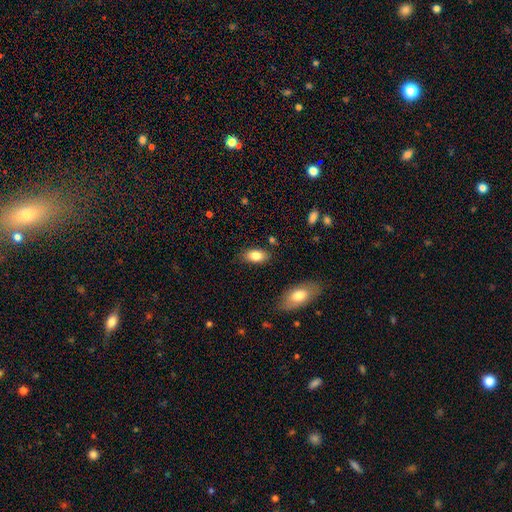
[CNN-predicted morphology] The model was most divided on "merging": none: 83%, minor disturbance: 12%, major disturbance: 3%, merger: 2%. More confident: how rounded — in between (91%); smooth or featured — smooth (84%).